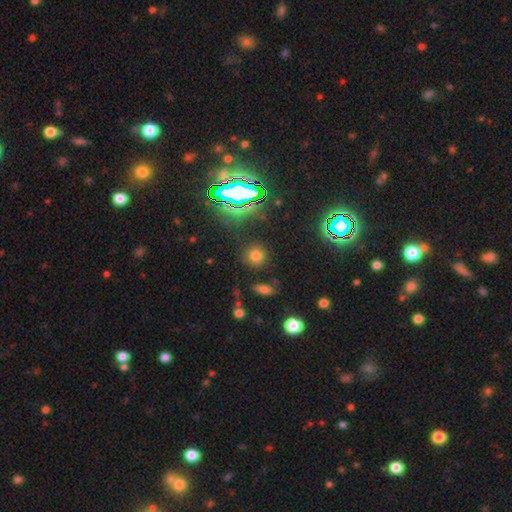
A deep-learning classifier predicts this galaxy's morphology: Smooth or featured: smooth — 68% (star or artifact — 24%)
How rounded: round — 88% (in between — 10%)
Merging: none — 84% (minor disturbance — 9%)